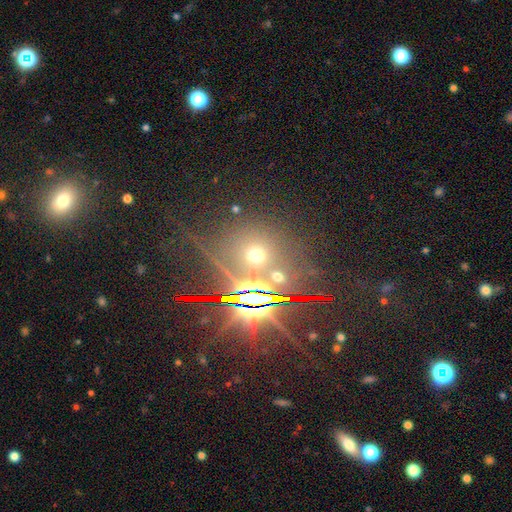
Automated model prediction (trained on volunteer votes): The model was most divided on "smooth or featured": star or artifact: 50%, smooth: 38%, featured or disk: 13%.